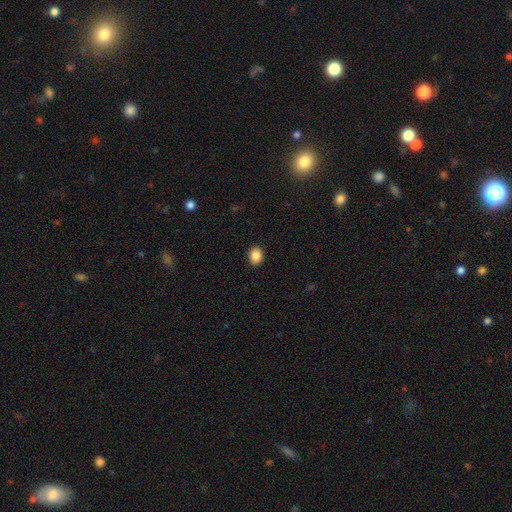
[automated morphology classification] A smooth galaxy with no disk features (87%) that is round (51%).

Vote fractions:
- Smooth or featured? smooth: 87% / star or artifact: 9% / featured or disk: 4%
- How rounded? round: 51% / in between: 48% / cigar-shaped: 1%
- Merging? none: 91% / minor disturbance: 7% / major disturbance: 2% / merger: 1%